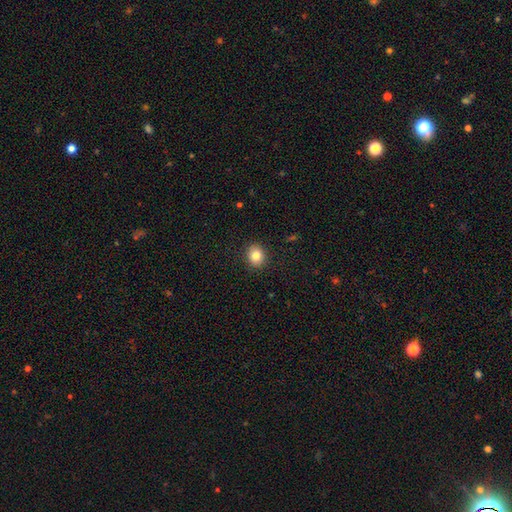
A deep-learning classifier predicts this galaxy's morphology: The model was most divided on "how rounded": round: 71%, in between: 28%, cigar-shaped: 1%. More confident: merging — none (91%); smooth or featured — smooth (82%).